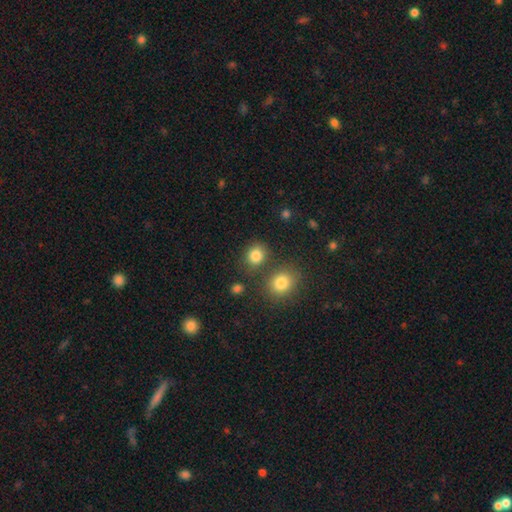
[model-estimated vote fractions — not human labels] Smooth or featured?
  - smooth: 83% *
  - star or artifact: 12%
  - featured or disk: 5%
How rounded?
  - round: 68% *
  - in between: 31%
  - cigar-shaped: 1%
Merging?
  - none: 73% *
  - merger: 13%
  - minor disturbance: 10%
  - major disturbance: 4%